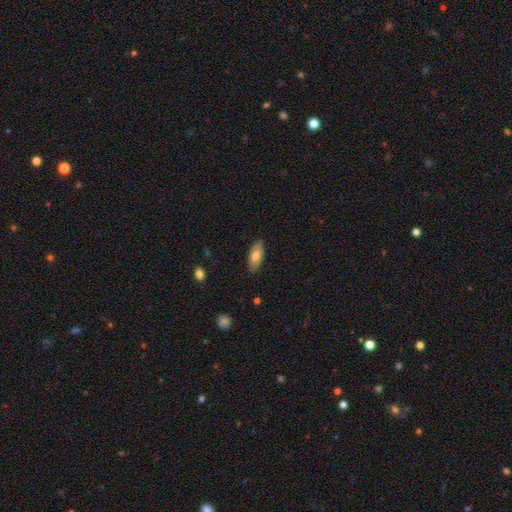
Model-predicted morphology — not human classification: smooth-or-featured: smooth: 76% | featured or disk: 18% | star or artifact: 6%
  how-rounded: in between: 83% | cigar-shaped: 15% | round: 2%
  merging: none: 86% | minor disturbance: 10% | major disturbance: 2% | merger: 1%